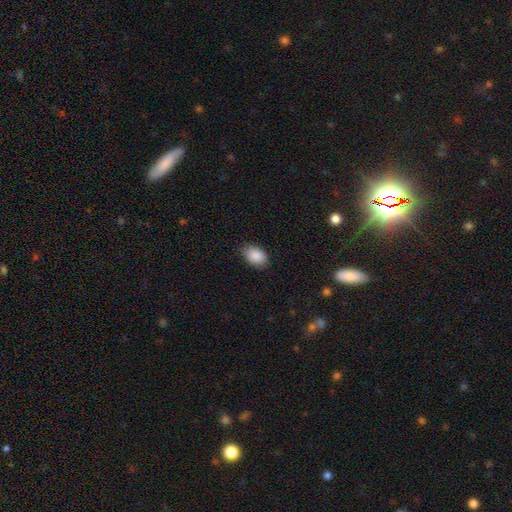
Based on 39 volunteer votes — This is clearly a smooth galaxy (90%). How rounded: clearly in between (91%). Merging: clearly none (89%).